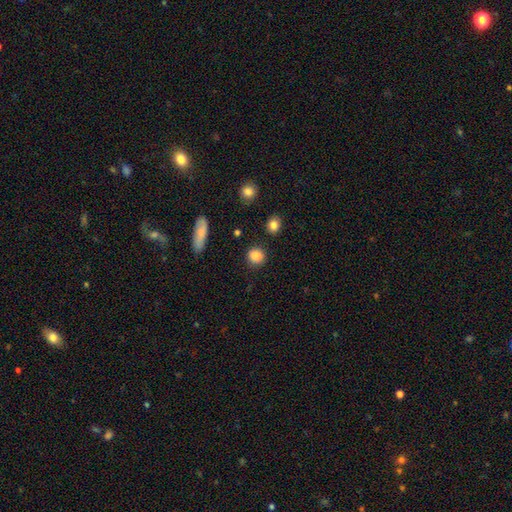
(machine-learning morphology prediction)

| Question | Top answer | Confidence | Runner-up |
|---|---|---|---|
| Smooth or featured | smooth | 86% | star or artifact (9%) |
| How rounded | round | 86% | in between (13%) |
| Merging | none | 88% | minor disturbance (8%) |